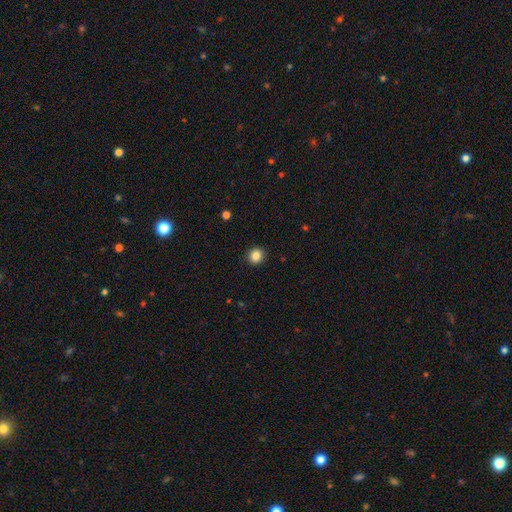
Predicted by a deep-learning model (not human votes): Q: Smooth or featured?
A: smooth (85%); runner-up: star or artifact (10%)
Q: How rounded?
A: round (81%); runner-up: in between (18%)
Q: Merging?
A: none (91%); runner-up: minor disturbance (6%)